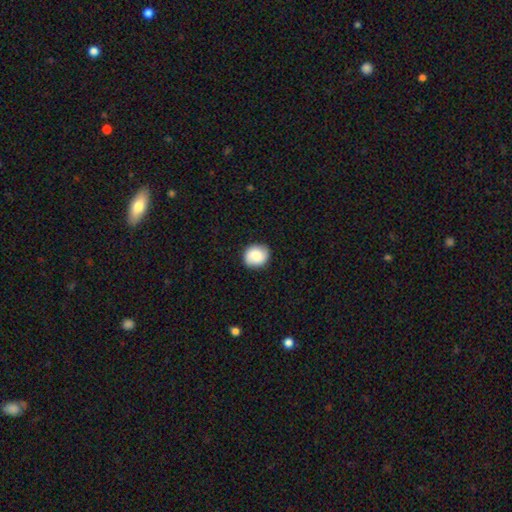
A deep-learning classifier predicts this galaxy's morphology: Smooth or featured? Predicted: smooth (p=0.76). How rounded? Predicted: round (p=0.80). Merging? Predicted: none (p=0.87).